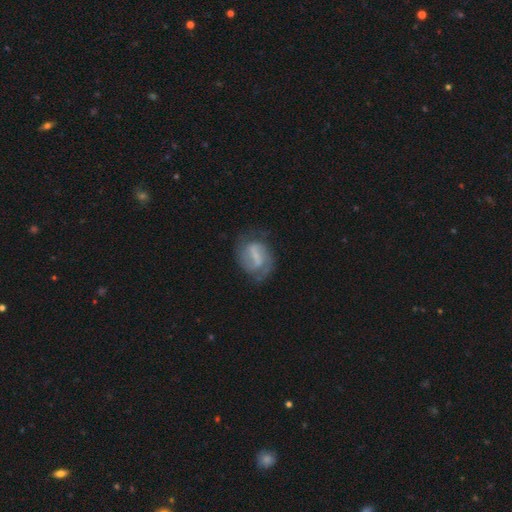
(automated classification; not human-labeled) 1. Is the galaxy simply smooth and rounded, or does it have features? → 70% featured or disk, 23% smooth, 7% star or artifact.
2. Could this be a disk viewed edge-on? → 97% no, 3% yes.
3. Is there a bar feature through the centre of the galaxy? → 46% weak, 40% strong, 14% no.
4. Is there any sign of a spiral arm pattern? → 85% yes, 15% no.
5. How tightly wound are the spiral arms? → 44% medium, 33% tight, 24% loose.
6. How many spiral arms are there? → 68% 2, 14% can't tell, 13% 1, 3% 3, 1% 4, 1% more than 4.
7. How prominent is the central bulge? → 41% none, 39% small, 15% moderate, 3% large, 1% dominant.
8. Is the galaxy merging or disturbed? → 61% none, 22% minor disturbance, 14% major disturbance, 2% merger.